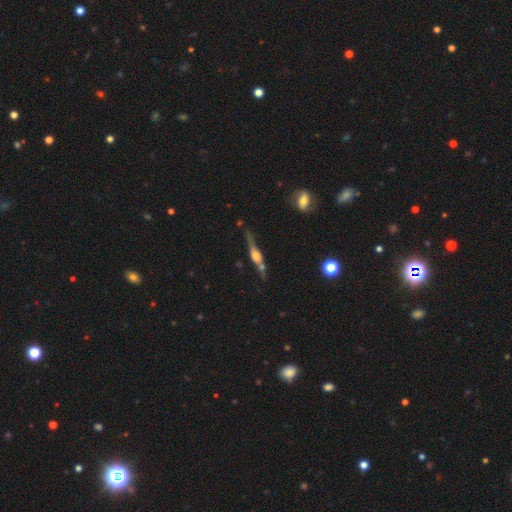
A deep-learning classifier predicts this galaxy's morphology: smooth_or_featured: featured or disk (p=0.76) [alt: smooth p=0.16]
disk_edge_on: yes (p=0.94) [alt: no p=0.06]
edge_on_bulge: rounded (p=0.84) [alt: boxy p=0.12]
merging: none (p=0.66) [alt: minor disturbance p=0.18]